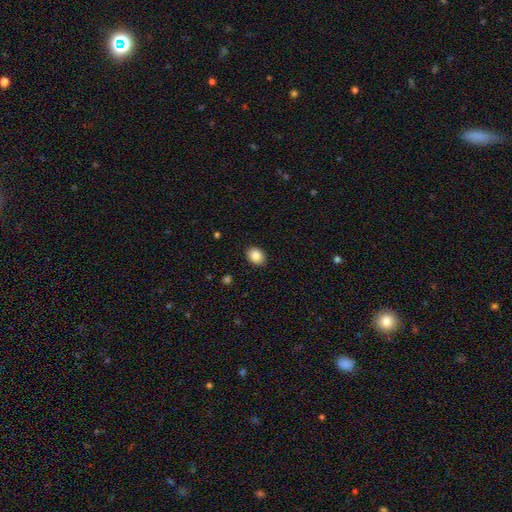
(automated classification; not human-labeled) smooth_or_featured: smooth (p=0.85) [alt: star or artifact p=0.08]
how_rounded: in between (p=0.56) [alt: round p=0.43]
merging: none (p=0.90) [alt: minor disturbance p=0.07]